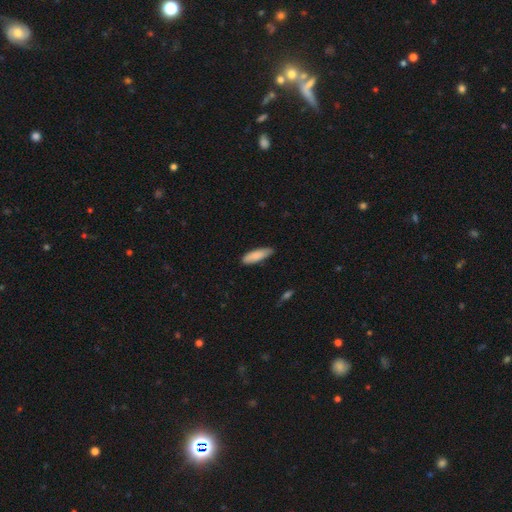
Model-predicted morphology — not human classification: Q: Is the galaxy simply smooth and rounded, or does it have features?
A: smooth — 86%.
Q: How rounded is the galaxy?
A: in between — 50%.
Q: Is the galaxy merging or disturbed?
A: none — 81%.